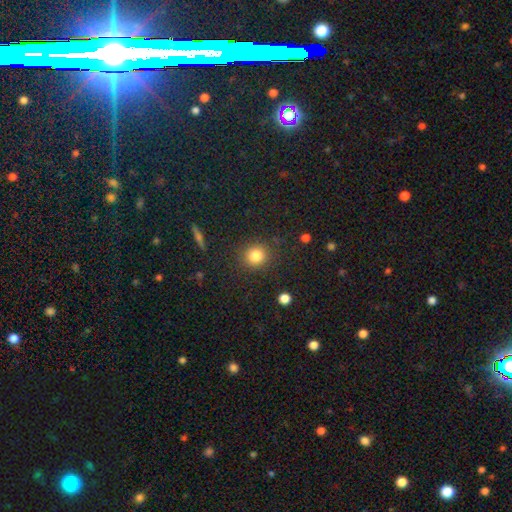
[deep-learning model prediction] This is clearly a smooth galaxy (82%). How rounded: clearly round (87%). Merging: clearly none (87%).